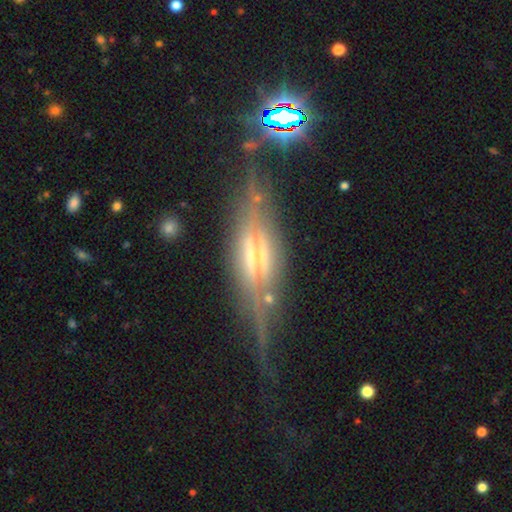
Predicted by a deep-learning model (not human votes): featured or disk 85%, star or artifact 8%, smooth 8%. Down the decision tree: edge-on disk — yes (94%); edge-on bulge — rounded (61%); merging — none (76%).